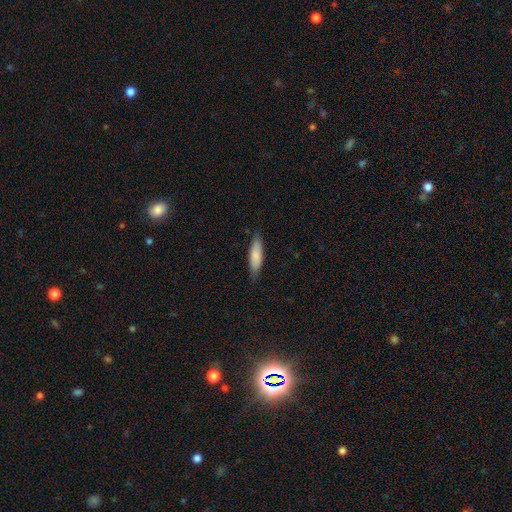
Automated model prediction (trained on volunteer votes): This is clearly a smooth galaxy (81%). How rounded: likely cigar-shaped (60%). Merging: clearly none (80%).